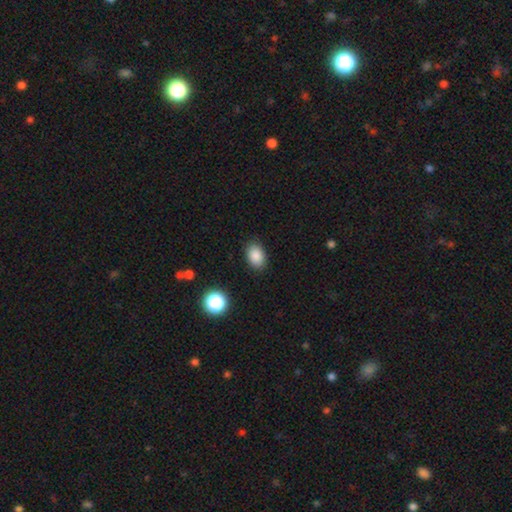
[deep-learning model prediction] A smooth galaxy with no disk features (86%) that is in between round and cigar-shaped (81%).

Vote fractions:
- Smooth or featured? smooth: 86% / star or artifact: 9% / featured or disk: 4%
- How rounded? in between: 81% / round: 18% / cigar-shaped: 1%
- Merging? none: 86% / minor disturbance: 10% / major disturbance: 3% / merger: 1%